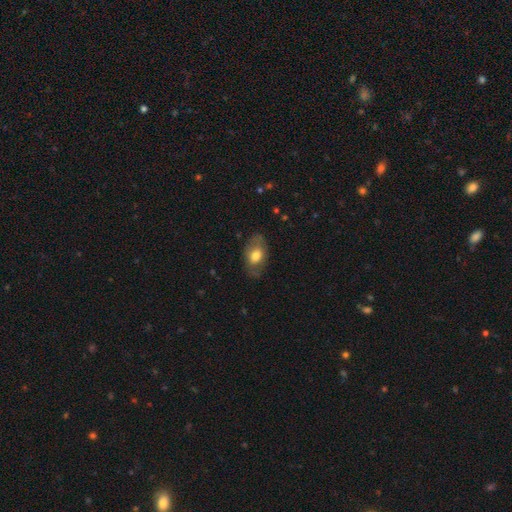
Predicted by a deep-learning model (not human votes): Smooth or featured? smooth (63%)
How rounded? in between (88%)
Merging? none (72%)